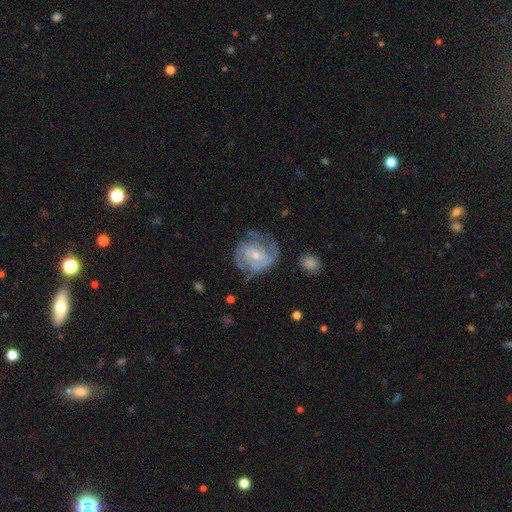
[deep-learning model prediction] featured or disk 83%, smooth 12%, star or artifact 5%. Down the decision tree: edge-on disk — no (98%); bar — no (54%); spiral arms — yes (93%); spiral arm count — 2 (48%); spiral winding — tight (56%); bulge size — small (51%); merging — none (63%).